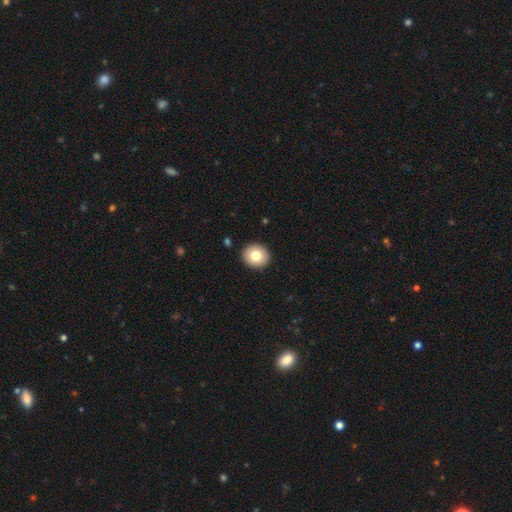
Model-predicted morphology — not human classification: Smooth or featured? smooth (79%)
How rounded? round (86%)
Merging? none (92%)